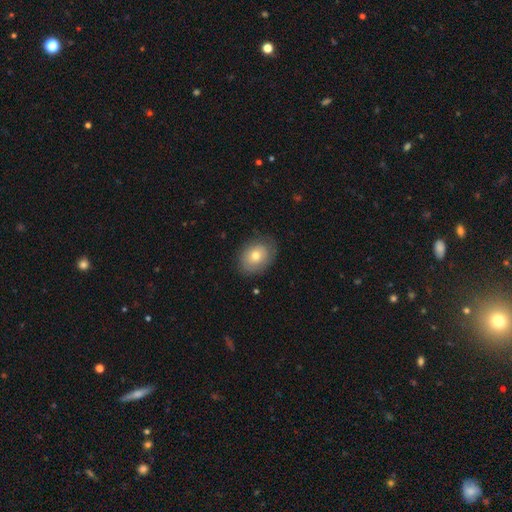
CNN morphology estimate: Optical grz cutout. It shows a smooth galaxy with no disk features (69%) that is in between round and cigar-shaped (60%). Merging: none (79%).